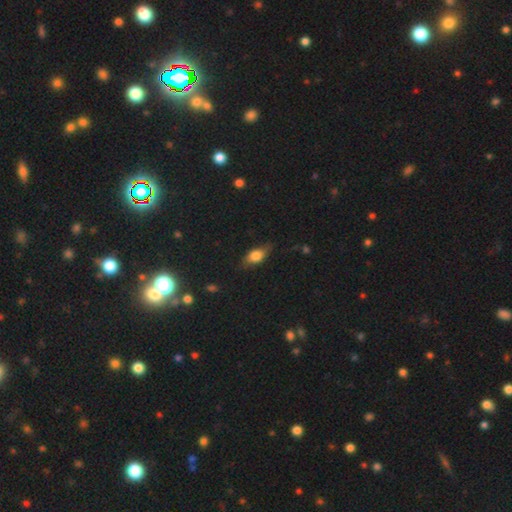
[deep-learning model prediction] Smooth or featured? Predicted: smooth (p=0.68). How rounded? Predicted: in between (p=0.78). Merging? Predicted: none (p=0.69).